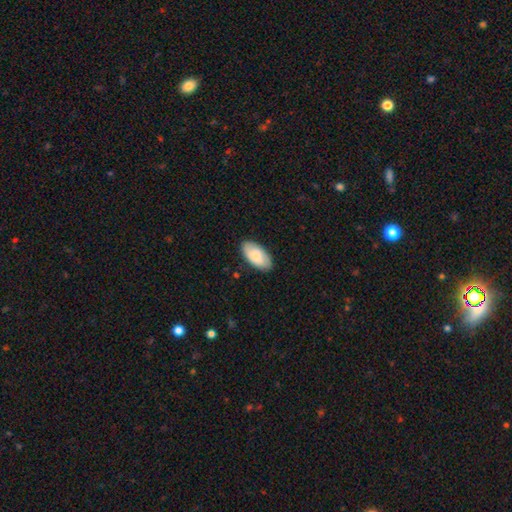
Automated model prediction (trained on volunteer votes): smooth-or-featured: smooth: 83% | featured or disk: 12% | star or artifact: 5%
  how-rounded: in between: 95% | cigar-shaped: 3% | round: 2%
  merging: none: 86% | minor disturbance: 11% | major disturbance: 2% | merger: 1%